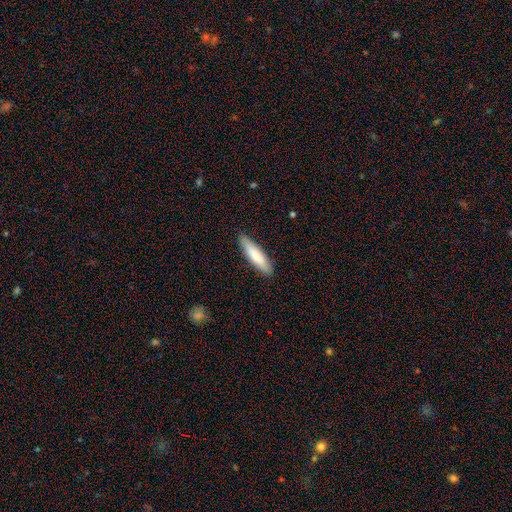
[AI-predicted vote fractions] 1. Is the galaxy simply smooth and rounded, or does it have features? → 78% smooth, 17% featured or disk, 5% star or artifact.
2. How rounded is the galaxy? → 73% cigar-shaped, 25% in between, 1% round.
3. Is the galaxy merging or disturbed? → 88% none, 10% minor disturbance, 2% major disturbance, 1% merger.